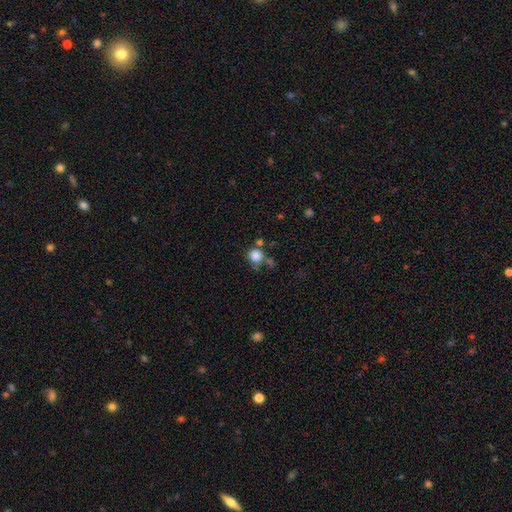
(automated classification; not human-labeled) A smooth galaxy with no disk features (83%) that is round (91%).

Vote fractions:
- Smooth or featured? smooth: 83% / star or artifact: 11% / featured or disk: 6%
- How rounded? round: 91% / in between: 8% / cigar-shaped: 1%
- Merging? none: 64% / merger: 16% / minor disturbance: 13% / major disturbance: 6%